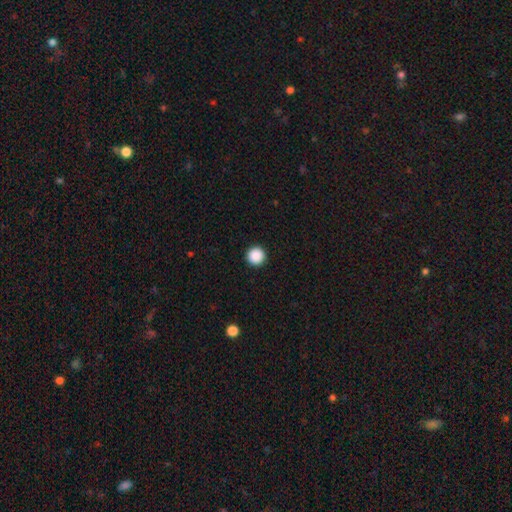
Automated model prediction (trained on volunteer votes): This appears to be a smooth galaxy with no disk features (89%) that is round (97%). Merging: none (94%).